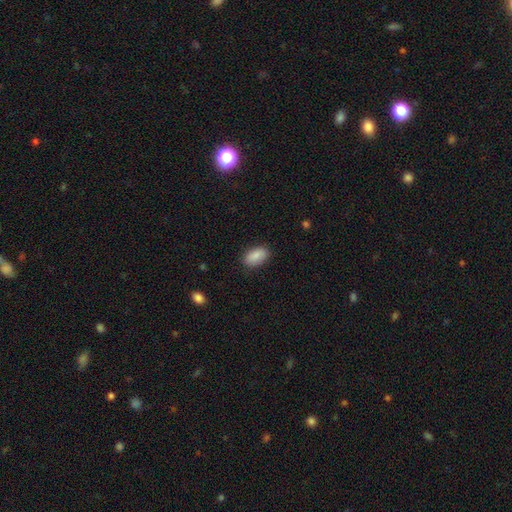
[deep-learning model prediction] Smooth or featured? Predicted: smooth (p=0.87). How rounded? Predicted: in between (p=0.93). Merging? Predicted: none (p=0.85).